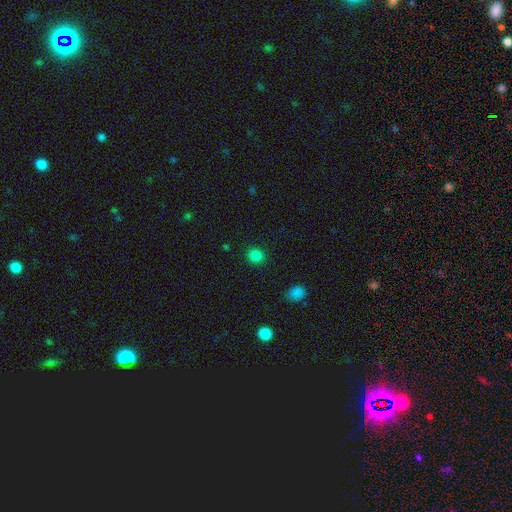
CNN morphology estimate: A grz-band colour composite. It shows a smooth galaxy with no disk features (83%) that is round (78%). Merging: none (89%).